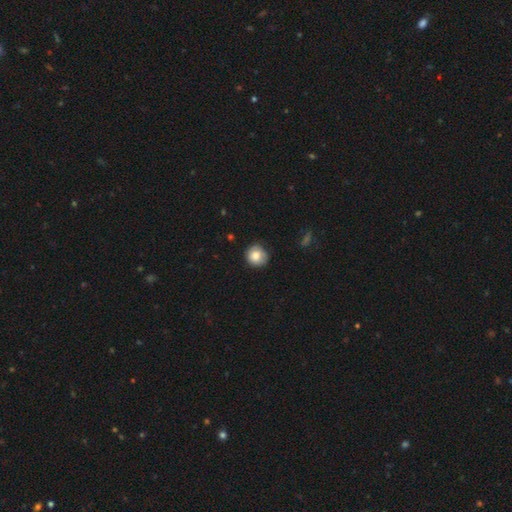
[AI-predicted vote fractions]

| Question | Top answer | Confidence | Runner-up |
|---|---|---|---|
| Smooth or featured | smooth | 81% | featured or disk (10%) |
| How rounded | round | 88% | in between (11%) |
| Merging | none | 74% | minor disturbance (21%) |